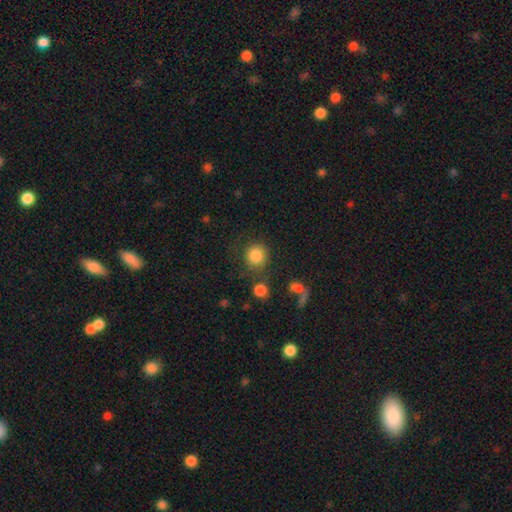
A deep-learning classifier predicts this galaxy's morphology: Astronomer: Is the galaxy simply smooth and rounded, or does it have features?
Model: smooth — 85%.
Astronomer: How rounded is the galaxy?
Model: round — 90%.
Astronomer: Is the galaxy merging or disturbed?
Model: none — 75%.